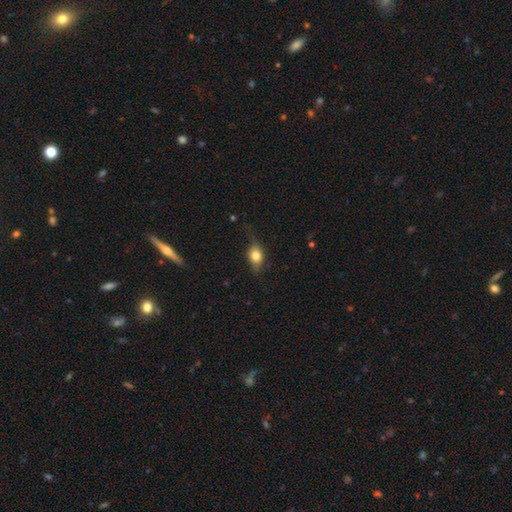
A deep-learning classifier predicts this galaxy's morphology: Smooth or featured?
  - smooth: 70% *
  - featured or disk: 21%
  - star or artifact: 9%
How rounded?
  - in between: 65% *
  - round: 30%
  - cigar-shaped: 6%
Merging?
  - none: 61% *
  - minor disturbance: 27%
  - major disturbance: 11%
  - merger: 2%